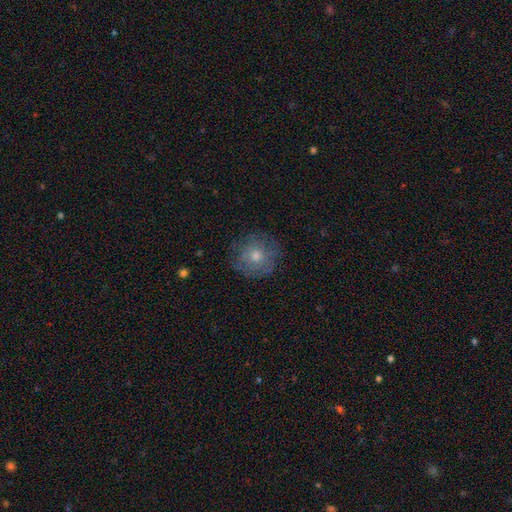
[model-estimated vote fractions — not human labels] This is possibly a smooth galaxy (52%). How rounded: clearly round (91%). Merging: likely none (79%).